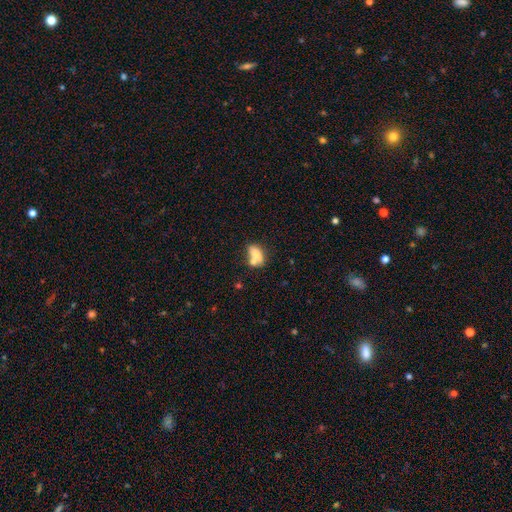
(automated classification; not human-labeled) smooth_or_featured: smooth (p=0.75) [alt: featured or disk p=0.16]
how_rounded: in between (p=0.85) [alt: round p=0.10]
merging: merger (p=0.40) [alt: none p=0.37]